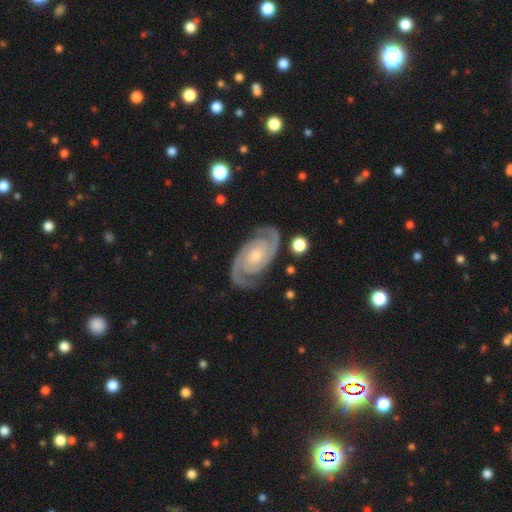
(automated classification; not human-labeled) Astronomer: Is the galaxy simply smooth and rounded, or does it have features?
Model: featured or disk — 93%.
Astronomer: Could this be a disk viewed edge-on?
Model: no — 97%.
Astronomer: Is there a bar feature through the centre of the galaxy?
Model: no — 61%.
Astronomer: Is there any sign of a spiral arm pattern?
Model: yes — 99%.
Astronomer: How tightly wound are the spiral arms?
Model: tight — 70%.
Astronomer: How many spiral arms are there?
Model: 2 — 93%.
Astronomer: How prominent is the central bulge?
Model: small — 51% (runner-up: moderate, 39%).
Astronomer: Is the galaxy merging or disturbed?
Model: none — 85%.